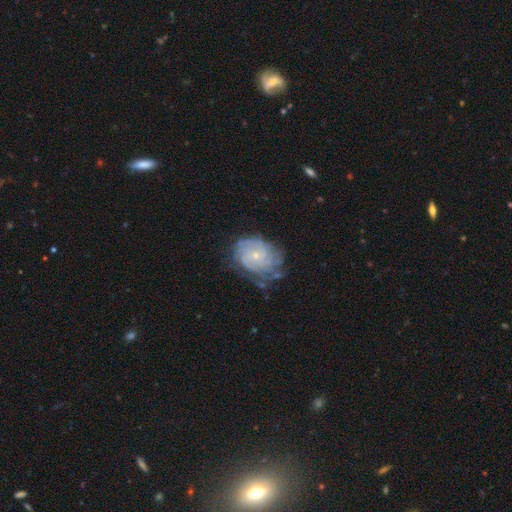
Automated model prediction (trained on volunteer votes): The model was most divided on "spiral arm count": can't tell: 41%, 4: 17%, 3: 15%, 2: 14%, more than 4: 8%, 1: 5%. More confident: edge-on disk — no (98%); spiral arms — yes (93%); smooth or featured — featured or disk (80%); bar — no (75%); bulge size — small (75%); spiral winding — tight (73%); merging — none (60%).